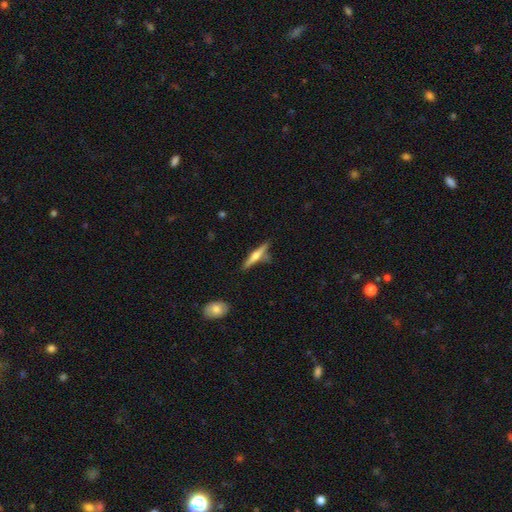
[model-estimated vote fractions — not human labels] smooth_or_featured: featured or disk (p=0.60) [alt: smooth p=0.34]
disk_edge_on: yes (p=0.97) [alt: no p=0.03]
edge_on_bulge: rounded (p=0.86) [alt: boxy p=0.07]
merging: none (p=0.79) [alt: minor disturbance p=0.13]